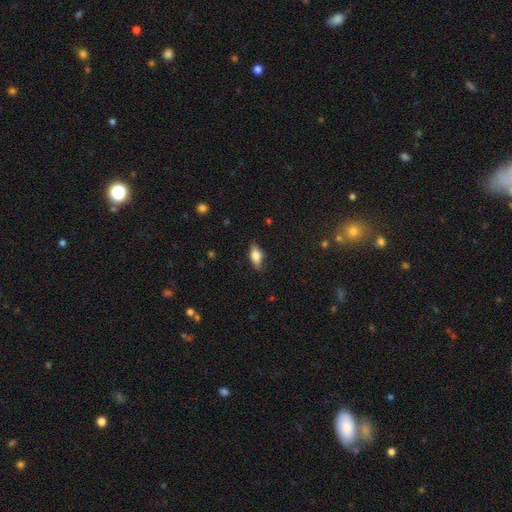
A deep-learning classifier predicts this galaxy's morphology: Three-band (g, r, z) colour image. It shows a smooth galaxy with no disk features (66%) that is in between round and cigar-shaped (80%). Merging: none (81%).